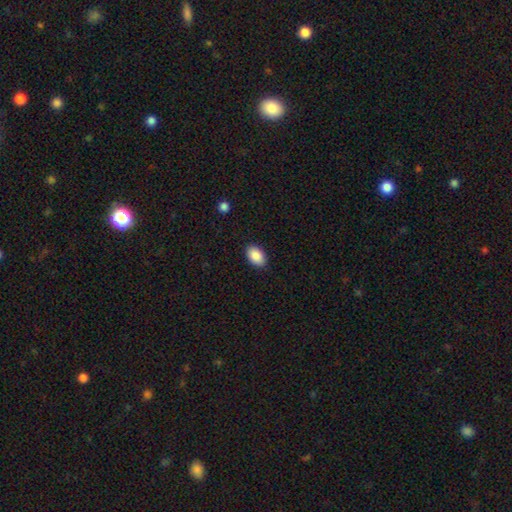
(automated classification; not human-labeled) Smooth or featured? smooth (89%)
How rounded? in between (91%)
Merging? none (89%)